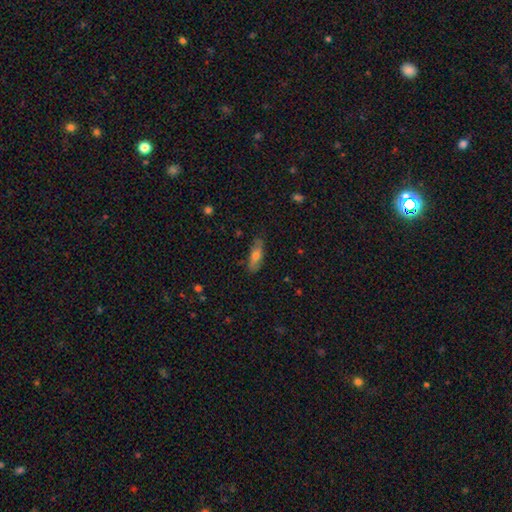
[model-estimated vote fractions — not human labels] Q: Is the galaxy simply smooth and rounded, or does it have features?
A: smooth — 69%.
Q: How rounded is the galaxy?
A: in between — 60%.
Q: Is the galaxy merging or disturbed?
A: none — 80%.